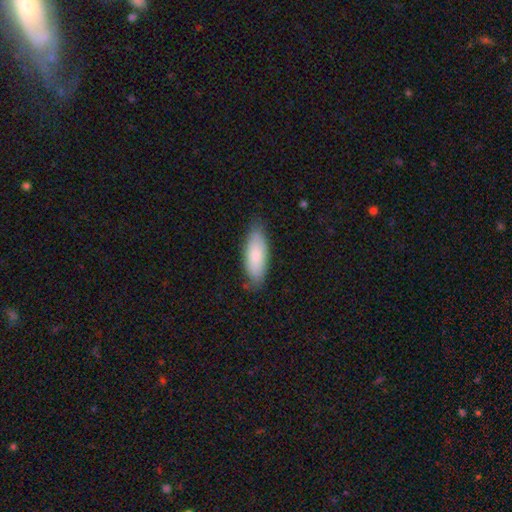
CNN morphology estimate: Overall: smooth (81%). How rounded: in between (72%). Merging: none (78%).